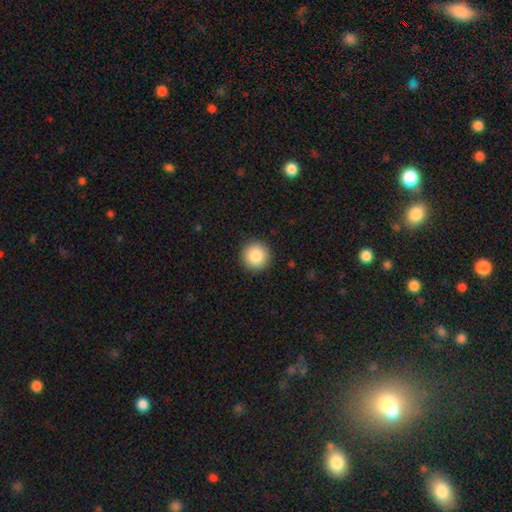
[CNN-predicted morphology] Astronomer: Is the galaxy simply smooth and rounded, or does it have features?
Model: smooth — 86%.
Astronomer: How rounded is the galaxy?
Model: round — 95%.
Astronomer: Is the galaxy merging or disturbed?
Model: none — 92%.